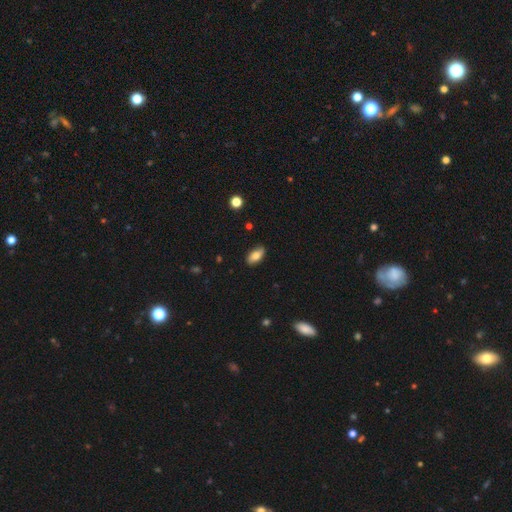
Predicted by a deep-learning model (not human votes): Smooth or featured? smooth (80%)
How rounded? in between (90%)
Merging? none (85%)